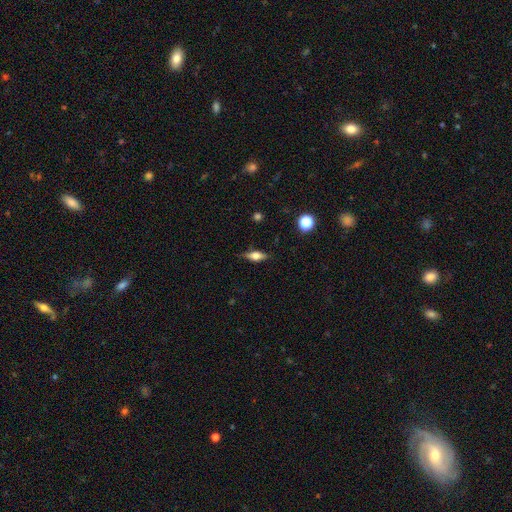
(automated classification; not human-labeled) This appears to be a featured or disk galaxy (52%) viewed edge-on (93%). Merging: none (83%).